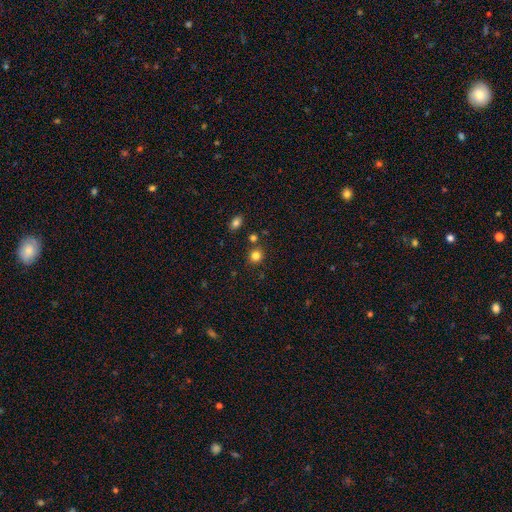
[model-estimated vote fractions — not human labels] smooth_or_featured: smooth (p=0.82) [alt: star or artifact p=0.13]
how_rounded: round (p=0.84) [alt: in between p=0.15]
merging: none (p=0.82) [alt: minor disturbance p=0.09]